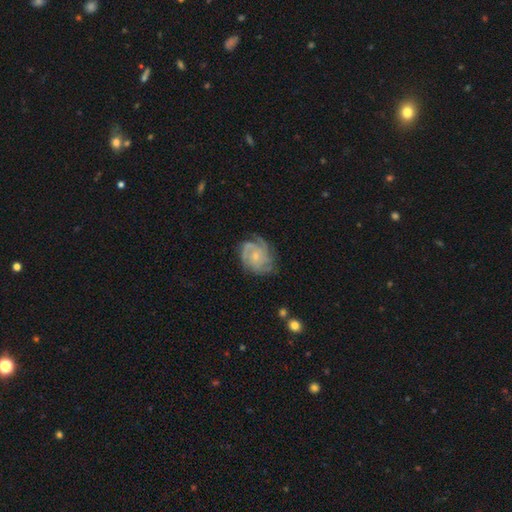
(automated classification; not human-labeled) featured or disk 83%, smooth 11%, star or artifact 6%. Down the decision tree: edge-on disk — no (98%); bar — no (75%); spiral arms — yes (96%); spiral arm count — 3 (36%); spiral winding — tight (58%); bulge size — small (71%); merging — none (69%).